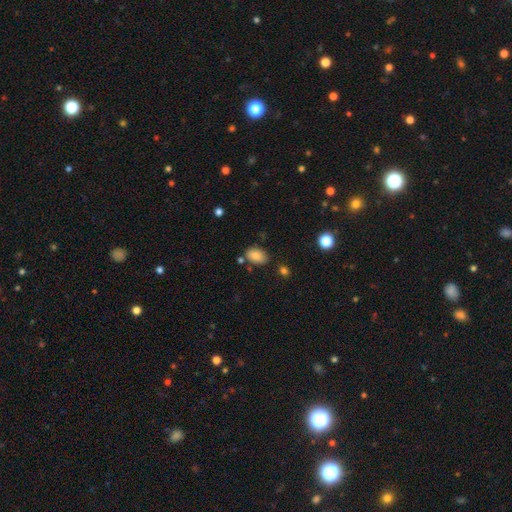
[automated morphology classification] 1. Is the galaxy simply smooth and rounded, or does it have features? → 84% smooth, 9% star or artifact, 7% featured or disk.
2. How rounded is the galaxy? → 88% in between, 11% round, 1% cigar-shaped.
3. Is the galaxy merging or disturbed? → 75% none, 15% minor disturbance, 6% merger, 4% major disturbance.